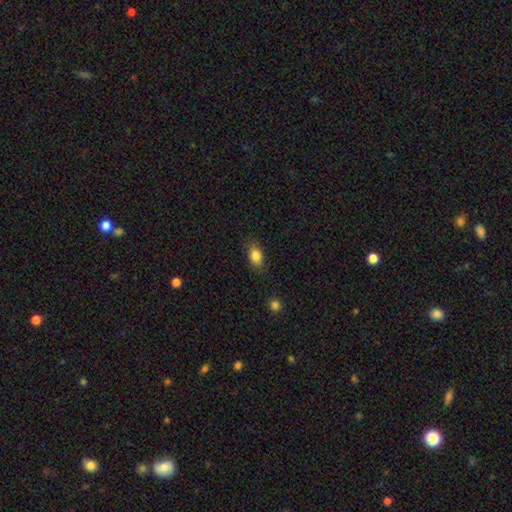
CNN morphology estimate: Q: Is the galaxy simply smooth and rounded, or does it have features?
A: smooth — 84%.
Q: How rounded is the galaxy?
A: in between — 80%.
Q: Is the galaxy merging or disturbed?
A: none — 80%.